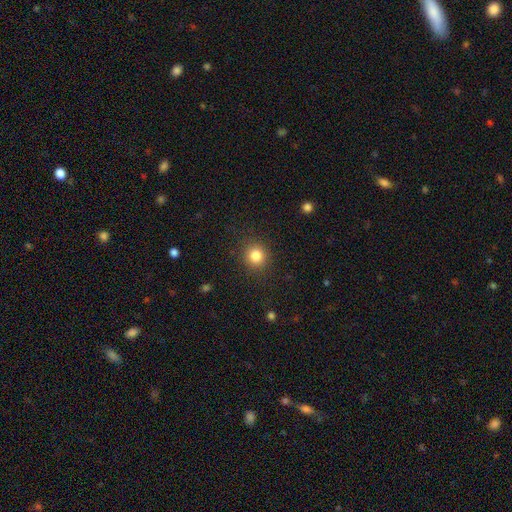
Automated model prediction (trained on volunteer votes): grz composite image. It shows a smooth galaxy with no disk features (83%) that is round (89%). Merging: none (89%).